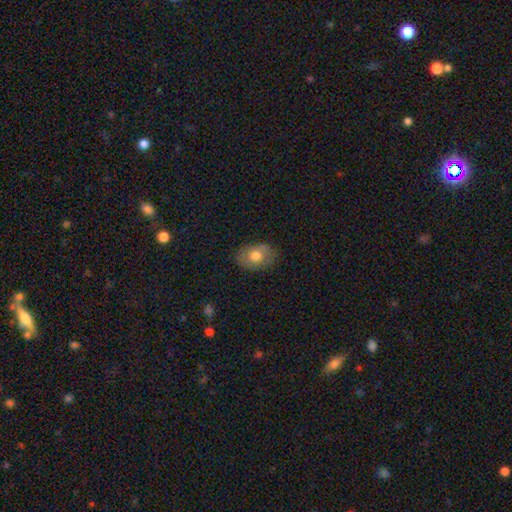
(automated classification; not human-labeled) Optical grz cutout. It shows a smooth galaxy with no disk features (72%) that is in between round and cigar-shaped (80%). Merging: none (80%).